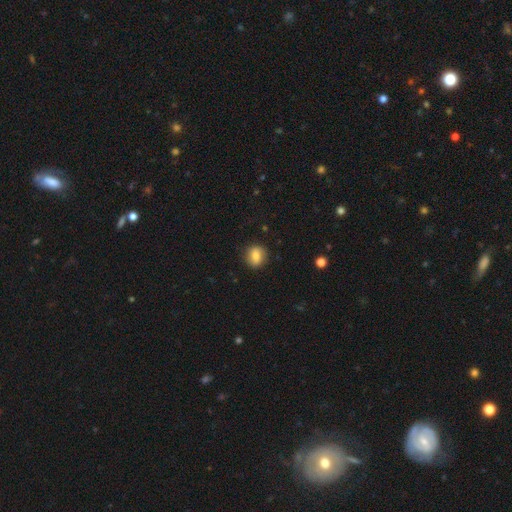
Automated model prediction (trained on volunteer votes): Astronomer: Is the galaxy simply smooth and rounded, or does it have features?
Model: smooth — 78%.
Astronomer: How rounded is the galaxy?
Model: round — 73%.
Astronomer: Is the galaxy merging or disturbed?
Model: none — 84%.